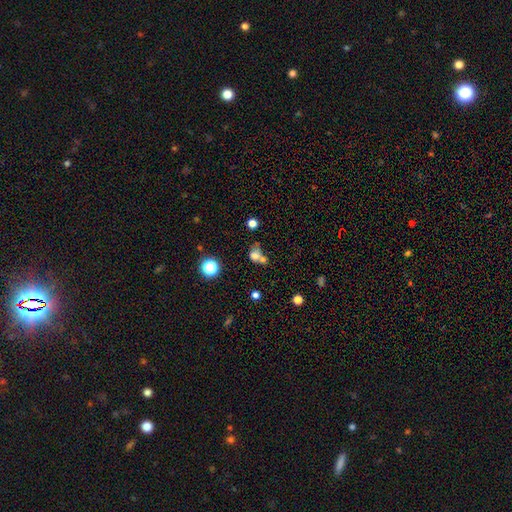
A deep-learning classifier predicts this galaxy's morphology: Q: Smooth or featured?
A: smooth (69%); runner-up: star or artifact (17%)
Q: How rounded?
A: round (58%); runner-up: in between (40%)
Q: Merging?
A: merger (49%); runner-up: none (28%)